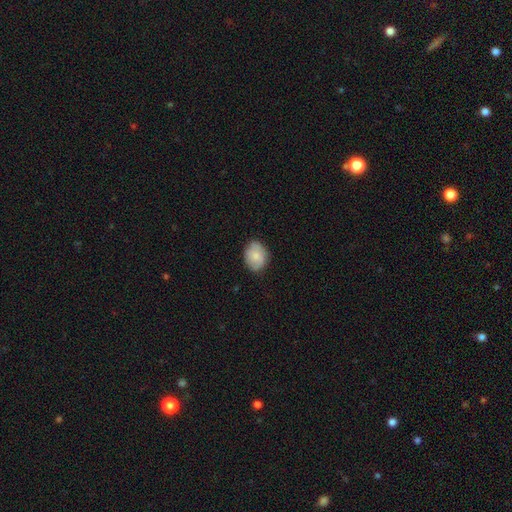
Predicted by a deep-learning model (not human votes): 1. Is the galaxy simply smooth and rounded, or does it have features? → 80% smooth, 13% featured or disk, 7% star or artifact.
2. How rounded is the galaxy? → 59% in between, 40% round, 1% cigar-shaped.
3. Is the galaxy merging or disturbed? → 80% none, 16% minor disturbance, 3% major disturbance, 1% merger.